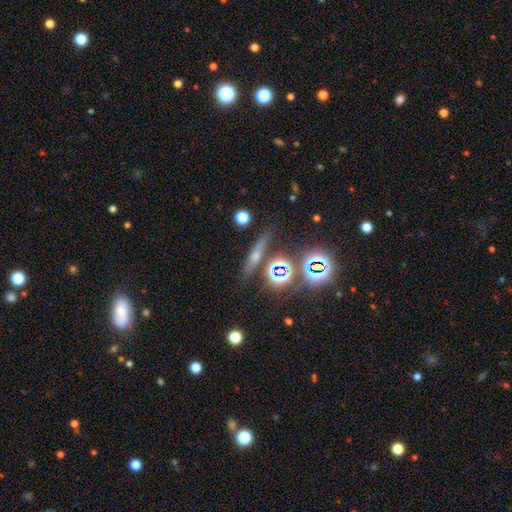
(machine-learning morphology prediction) Smooth or featured: featured or disk — 40% (star or artifact — 32%)
Merging: none — 82% (minor disturbance — 9%)